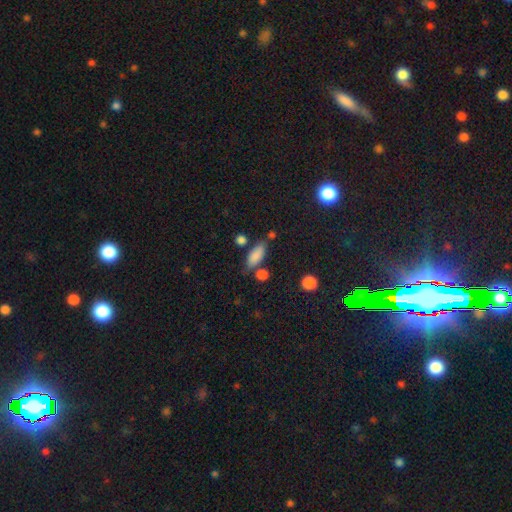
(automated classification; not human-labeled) Overall: smooth (84%). How rounded: in between (77%). Merging: none (69%).